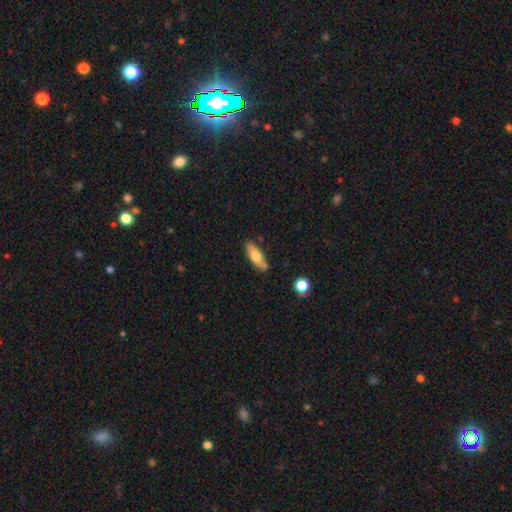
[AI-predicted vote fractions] smooth 68%, featured or disk 26%, star or artifact 6%. Down the decision tree: how rounded — in between (61%); merging — none (76%).